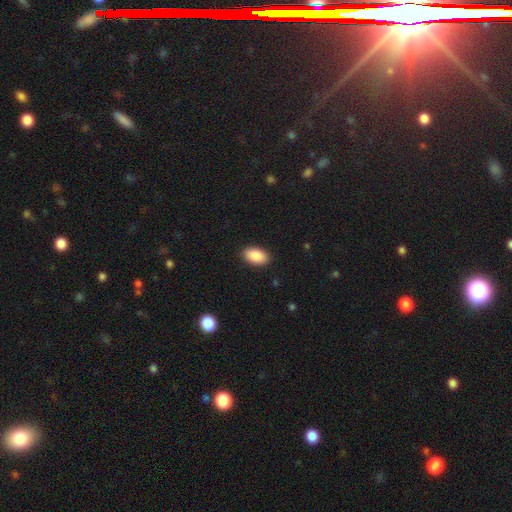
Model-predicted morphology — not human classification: Smooth or featured? Predicted: smooth (p=0.90). How rounded? Predicted: in between (p=0.94). Merging? Predicted: none (p=0.90).